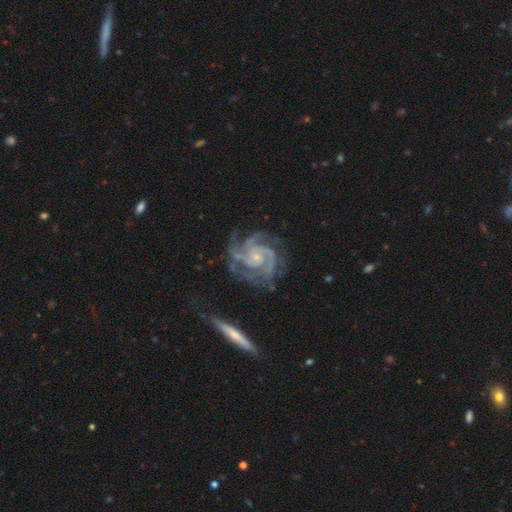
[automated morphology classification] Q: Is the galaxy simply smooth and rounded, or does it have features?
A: featured or disk — 93%.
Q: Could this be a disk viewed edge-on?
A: no — 97%.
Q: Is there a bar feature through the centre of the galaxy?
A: no — 66%.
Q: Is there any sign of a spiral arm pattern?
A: yes — 99%.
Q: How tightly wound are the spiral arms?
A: tight — 62%.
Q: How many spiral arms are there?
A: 3 — 41%.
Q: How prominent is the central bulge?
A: small — 73%.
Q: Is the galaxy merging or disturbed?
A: none — 69%.